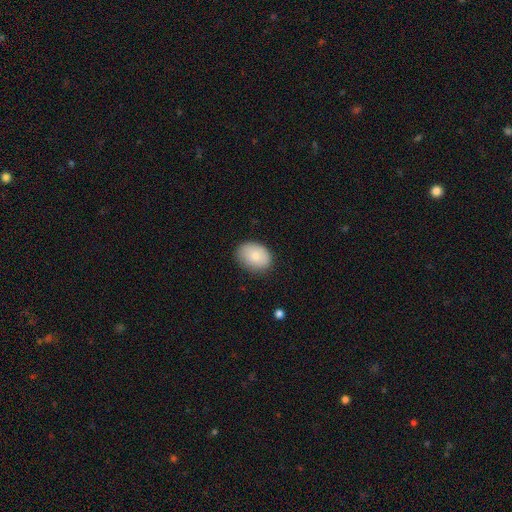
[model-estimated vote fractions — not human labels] A smooth galaxy with no disk features (81%) that is in between round and cigar-shaped (73%). Merging: none (79%).